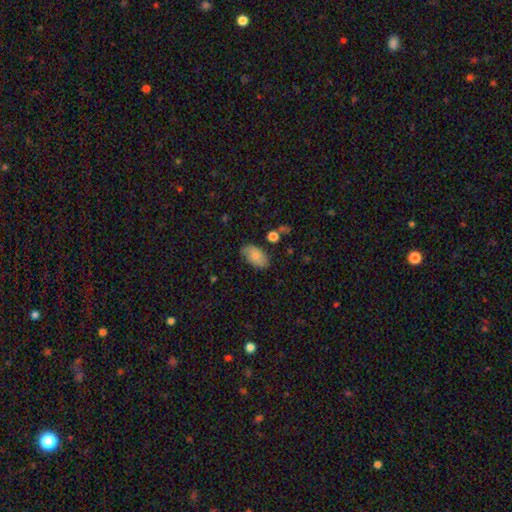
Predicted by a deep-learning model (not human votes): Smooth or featured: smooth — 72% (featured or disk — 20%)
How rounded: in between — 93% (round — 6%)
Merging: none — 72% (minor disturbance — 20%)